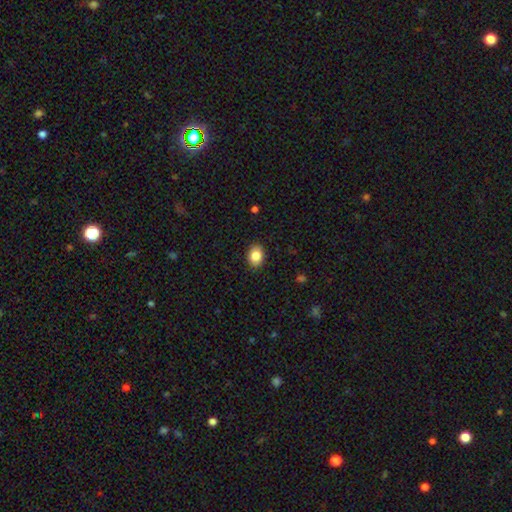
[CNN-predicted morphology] Overall: smooth (85%). How rounded: in between (68%; round 31%). Merging: none (89%).